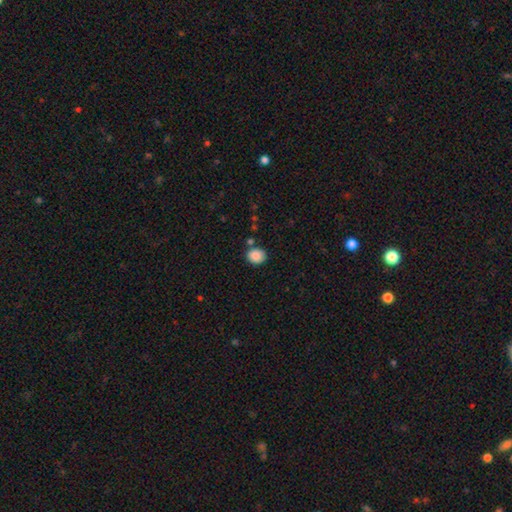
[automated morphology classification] Smooth or featured: smooth — 88% (star or artifact — 8%)
How rounded: round — 70% (in between — 29%)
Merging: none — 81% (minor disturbance — 10%)